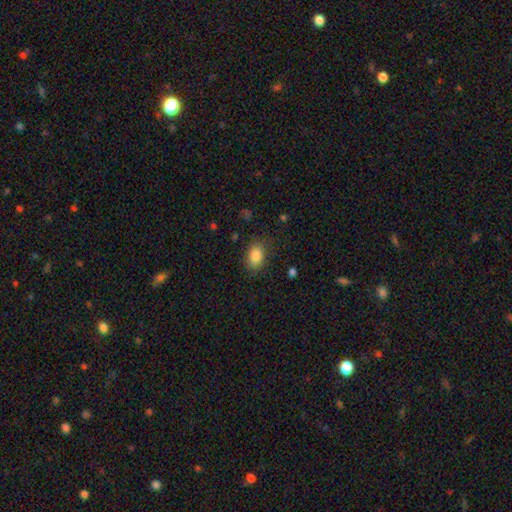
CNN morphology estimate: smooth 86%, star or artifact 8%, featured or disk 6%. Down the decision tree: how rounded — in between (81%); merging — none (81%).